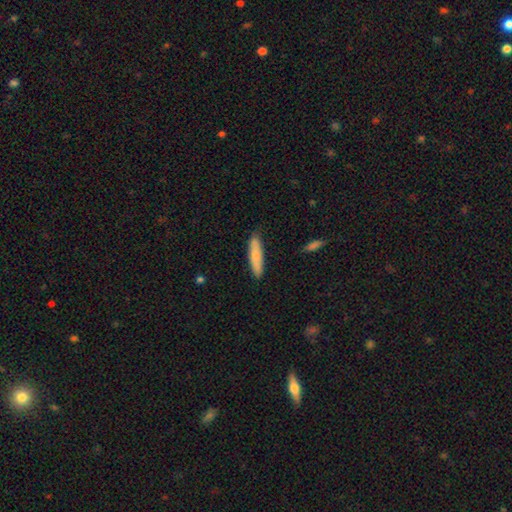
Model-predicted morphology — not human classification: This appears to be a smooth galaxy with no disk features (77%) that is cigar-shaped (77%). Merging: none (86%).